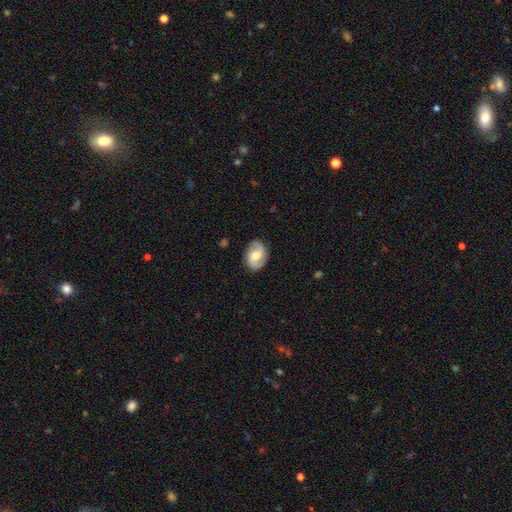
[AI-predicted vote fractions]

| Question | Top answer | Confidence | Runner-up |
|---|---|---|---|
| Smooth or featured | featured or disk | 66% | smooth (27%) |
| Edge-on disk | no | 97% | yes (3%) |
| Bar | no | 50% | weak (39%) |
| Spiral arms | yes | 90% | no (10%) |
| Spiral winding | medium | 45% | loose (30%) |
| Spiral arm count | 2 | 89% | can't tell (5%) |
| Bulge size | moderate | 67% | small (23%) |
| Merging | none | 84% | minor disturbance (12%) |